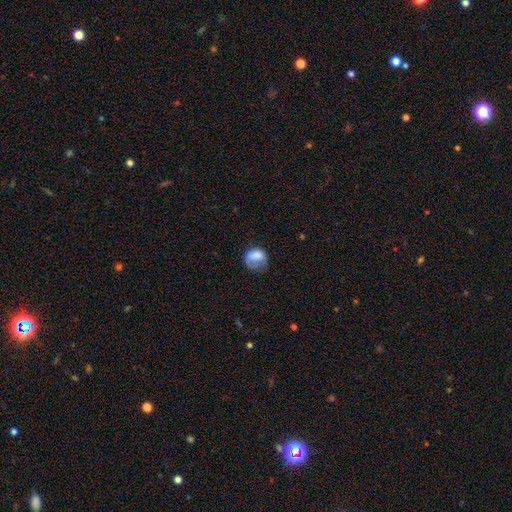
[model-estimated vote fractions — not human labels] The model was most divided on "merging": none: 35%, major disturbance: 33%, minor disturbance: 30%, merger: 3%. More confident: smooth or featured — smooth (72%); how rounded — round (60%).